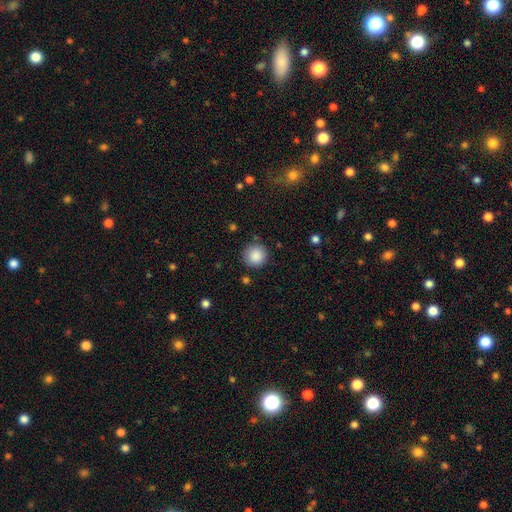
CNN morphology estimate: A smooth galaxy with no disk features (88%) that is round (94%). Merging: none (87%).